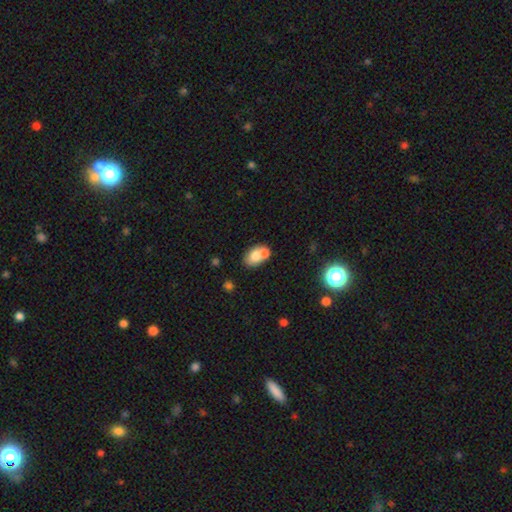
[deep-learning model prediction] Smooth or featured?
  - smooth: 72% *
  - featured or disk: 18%
  - star or artifact: 10%
How rounded?
  - in between: 78% *
  - round: 21%
  - cigar-shaped: 1%
Merging?
  - merger: 50% *
  - none: 35%
  - minor disturbance: 11%
  - major disturbance: 4%